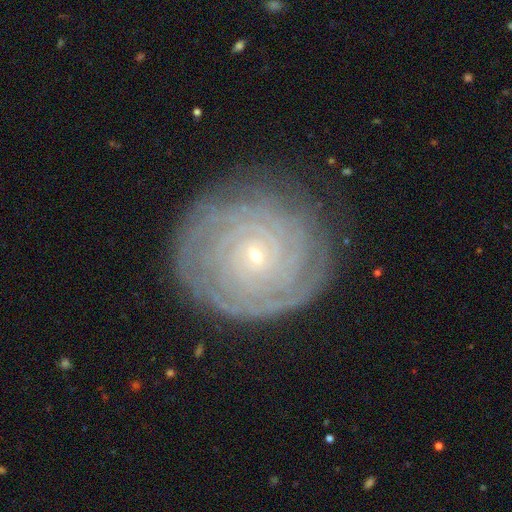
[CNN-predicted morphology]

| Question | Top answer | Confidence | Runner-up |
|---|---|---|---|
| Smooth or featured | featured or disk | 82% | smooth (10%) |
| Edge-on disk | no | 97% | yes (3%) |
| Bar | no | 76% | weak (18%) |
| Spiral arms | yes | 96% | no (4%) |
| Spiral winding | tight | 89% | medium (8%) |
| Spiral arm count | can't tell | 30% | 4 (19%) |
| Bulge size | small | 88% | moderate (9%) |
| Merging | none | 83% | minor disturbance (12%) |